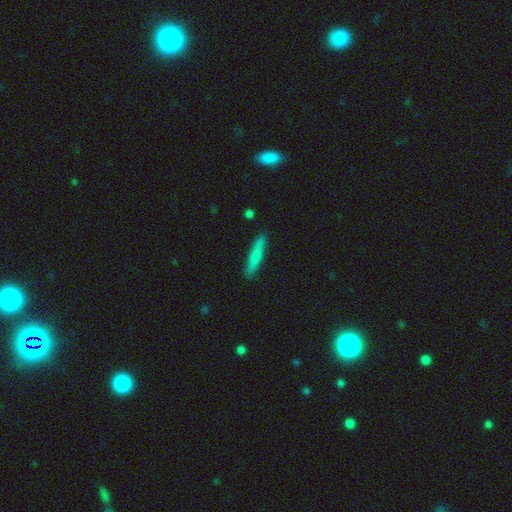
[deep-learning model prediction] The model was most divided on "smooth or featured": smooth: 74%, featured or disk: 20%, star or artifact: 6%. More confident: how rounded — cigar-shaped (92%); merging — none (88%).